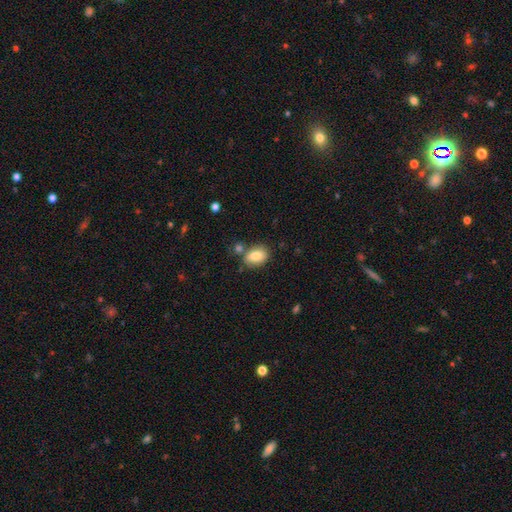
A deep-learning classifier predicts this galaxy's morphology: A smooth galaxy with no disk features (84%) that is in between round and cigar-shaped (82%). Merging: none (67%).